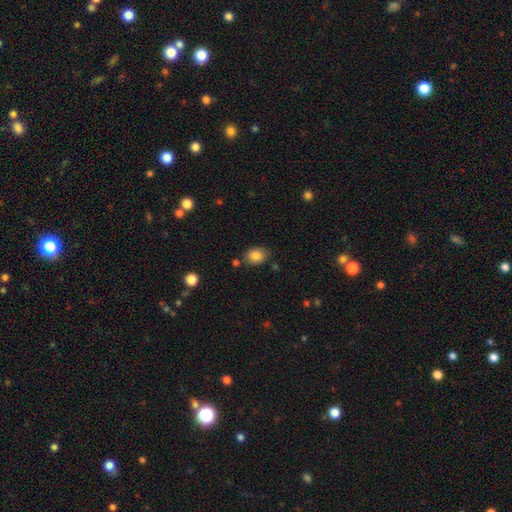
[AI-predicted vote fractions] smooth-or-featured: smooth: 84% | star or artifact: 9% | featured or disk: 7%
  how-rounded: in between: 64% | round: 35% | cigar-shaped: 1%
  merging: none: 77% | minor disturbance: 15% | merger: 5% | major disturbance: 3%